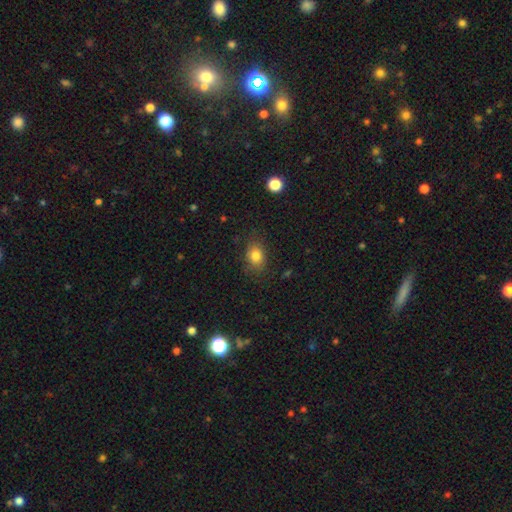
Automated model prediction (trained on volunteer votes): Smooth or featured? smooth (81%)
How rounded? in between (64%)
Merging? none (79%)